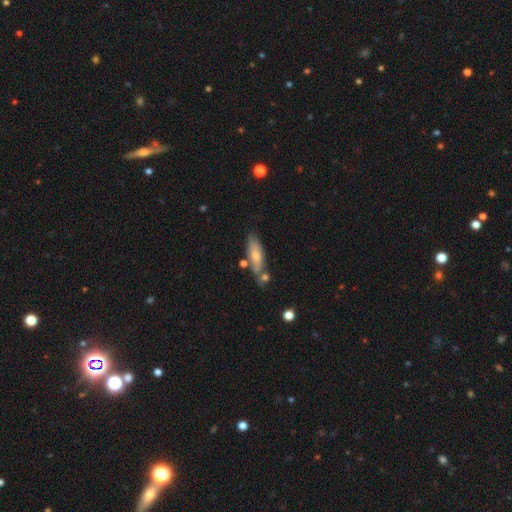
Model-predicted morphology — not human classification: Q: Smooth or featured?
A: smooth (65%); runner-up: featured or disk (29%)
Q: How rounded?
A: in between (54%); runner-up: cigar-shaped (44%)
Q: Merging?
A: none (60%); runner-up: minor disturbance (20%)